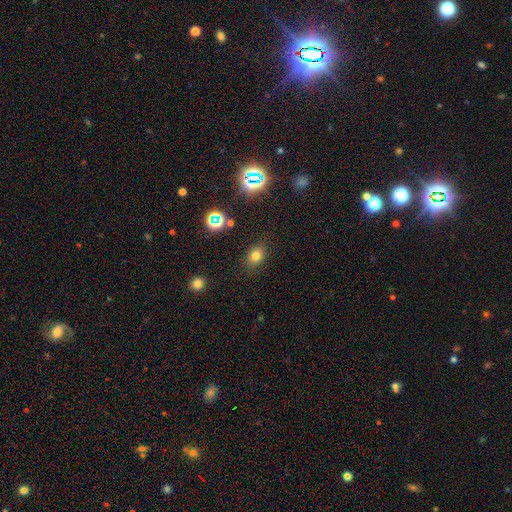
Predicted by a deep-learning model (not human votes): A smooth galaxy with no disk features (72%) that is in between round and cigar-shaped (60%).

Vote fractions:
- Smooth or featured? smooth: 72% / star or artifact: 19% / featured or disk: 8%
- How rounded? in between: 60% / round: 39% / cigar-shaped: 1%
- Merging? none: 85% / minor disturbance: 10% / major disturbance: 3% / merger: 2%